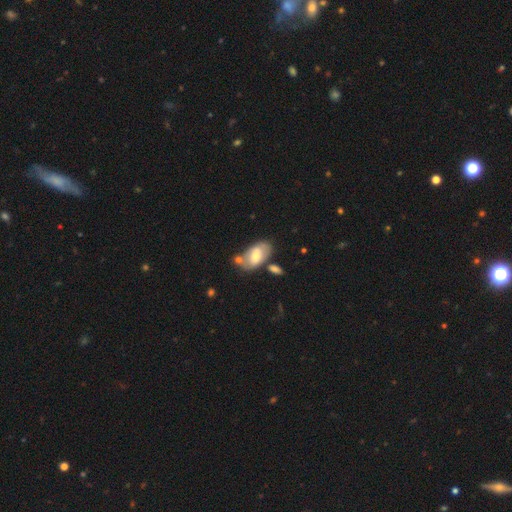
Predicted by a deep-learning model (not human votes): This is possibly a smooth galaxy (56%). How rounded: clearly in between (92%). Merging: possibly none (52%).